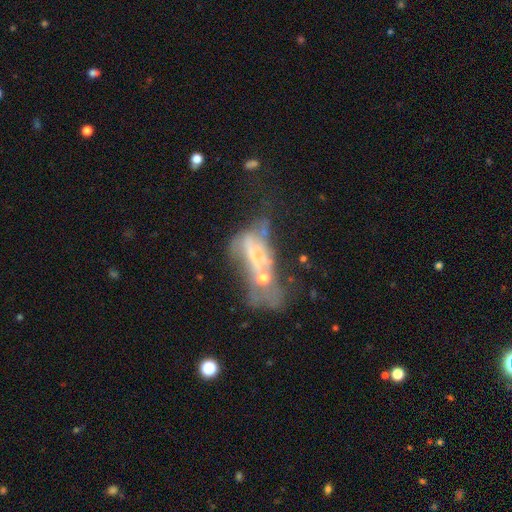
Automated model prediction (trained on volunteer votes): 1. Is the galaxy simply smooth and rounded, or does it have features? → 52% featured or disk, 30% smooth, 18% star or artifact.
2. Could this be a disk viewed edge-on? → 87% no, 13% yes.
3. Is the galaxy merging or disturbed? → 39% major disturbance, 34% merger, 16% none, 12% minor disturbance.